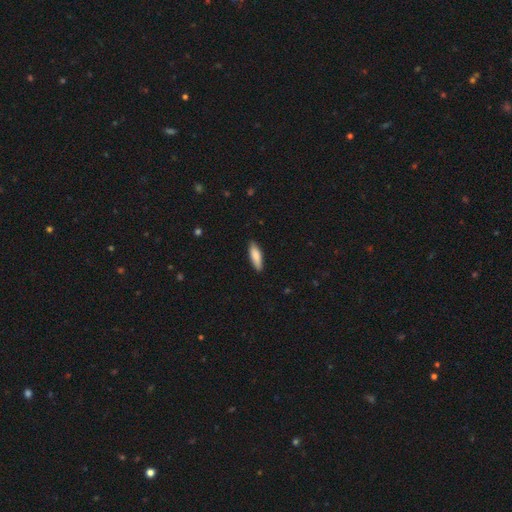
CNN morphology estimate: Smooth or featured? smooth (82%)
How rounded? cigar-shaped (52%)
Merging? none (87%)